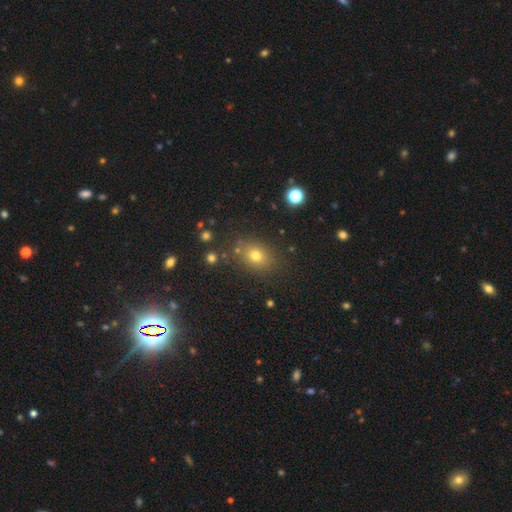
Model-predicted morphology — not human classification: This is likely a smooth galaxy (72%). How rounded: possibly in between (51%). Merging: clearly none (81%).